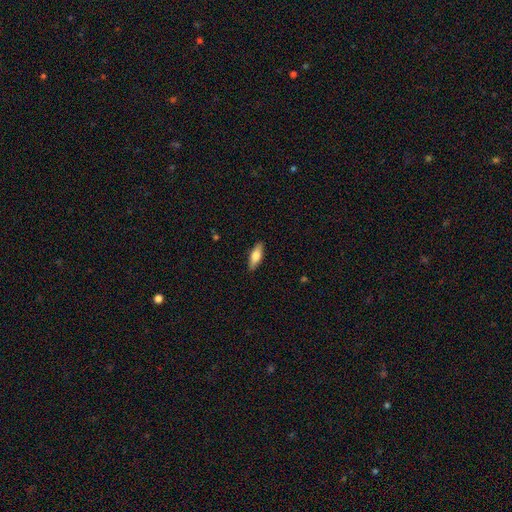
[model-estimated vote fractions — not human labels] This appears to be a smooth galaxy with no disk features (72%) that is in between round and cigar-shaped (61%). Merging: none (89%).